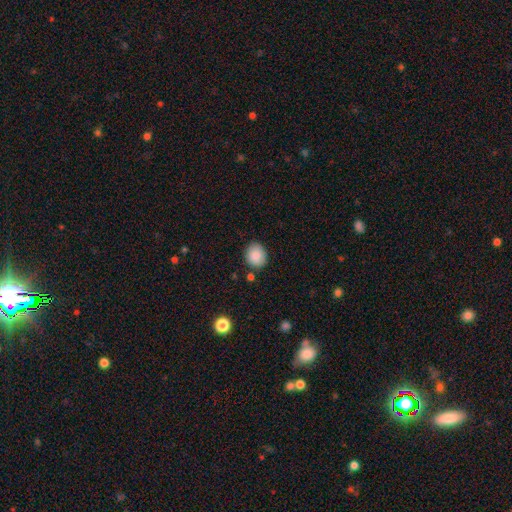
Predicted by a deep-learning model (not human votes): Q: Smooth or featured?
A: smooth (87%); runner-up: star or artifact (8%)
Q: How rounded?
A: round (67%); runner-up: in between (32%)
Q: Merging?
A: none (83%); runner-up: minor disturbance (12%)